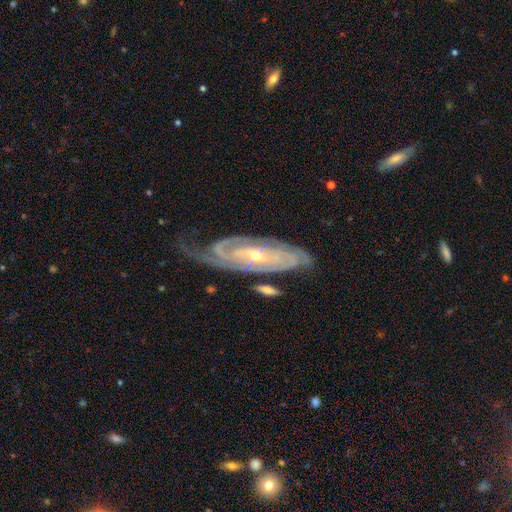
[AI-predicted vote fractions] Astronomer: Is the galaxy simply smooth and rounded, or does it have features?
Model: featured or disk — 89%.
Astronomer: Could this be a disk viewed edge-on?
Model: no — 90%.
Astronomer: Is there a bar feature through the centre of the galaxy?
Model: no — 58%.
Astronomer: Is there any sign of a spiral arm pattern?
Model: yes — 97%.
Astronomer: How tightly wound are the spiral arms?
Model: tight — 75%.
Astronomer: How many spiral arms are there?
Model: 2 — 34% (runner-up: can't tell, 29%).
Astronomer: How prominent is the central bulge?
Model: small — 58% (runner-up: moderate, 39%).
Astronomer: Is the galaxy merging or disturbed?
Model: none — 59%.